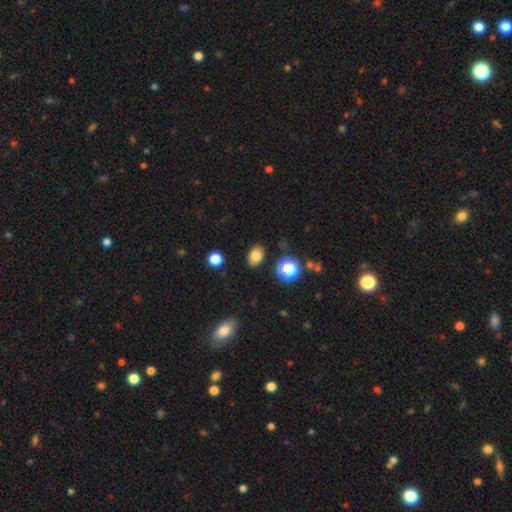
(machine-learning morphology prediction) This is clearly a smooth galaxy (80%). How rounded: clearly in between (83%). Merging: clearly none (86%).